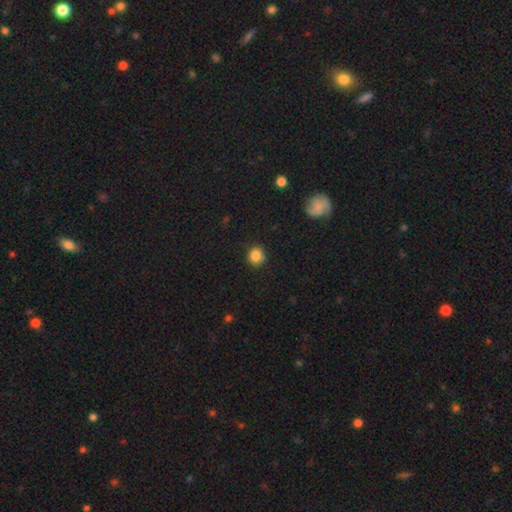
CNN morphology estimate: smooth_or_featured: smooth (p=0.85) [alt: star or artifact p=0.11]
how_rounded: round (p=0.86) [alt: in between p=0.13]
merging: none (p=0.81) [alt: minor disturbance p=0.14]